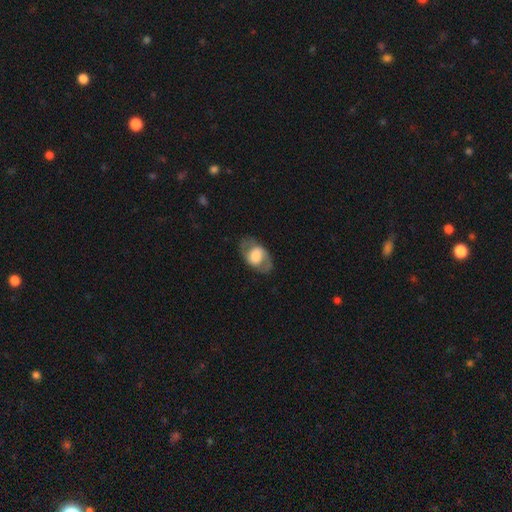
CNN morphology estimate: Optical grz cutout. It shows a featured or disk galaxy (52%). Merging: none (70%).